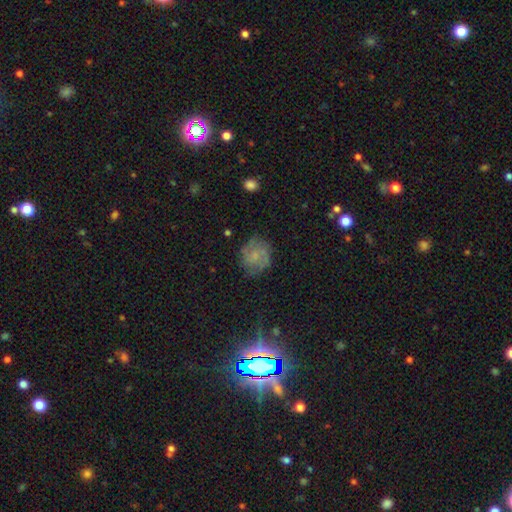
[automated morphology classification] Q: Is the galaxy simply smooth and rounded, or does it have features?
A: featured or disk — 55%.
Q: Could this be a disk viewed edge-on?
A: no — 98%.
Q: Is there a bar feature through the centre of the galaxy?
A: no — 63%.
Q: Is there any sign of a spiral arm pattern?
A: yes — 81%.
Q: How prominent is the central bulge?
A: small — 44%.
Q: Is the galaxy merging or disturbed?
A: none — 70%.